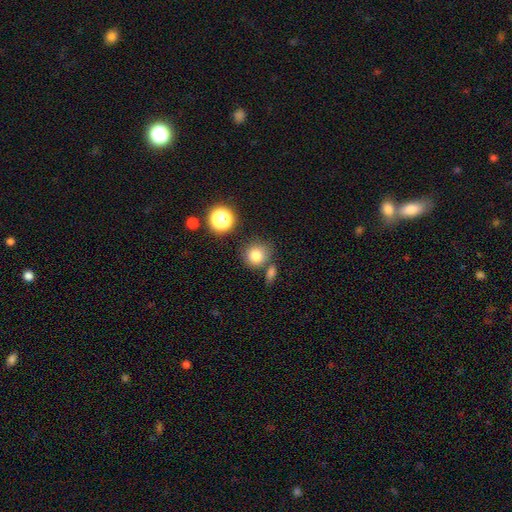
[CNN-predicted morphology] smooth-or-featured: smooth: 81% | star or artifact: 12% | featured or disk: 7%
  how-rounded: round: 86% | in between: 13% | cigar-shaped: 1%
  merging: none: 70% | merger: 13% | minor disturbance: 12% | major disturbance: 4%